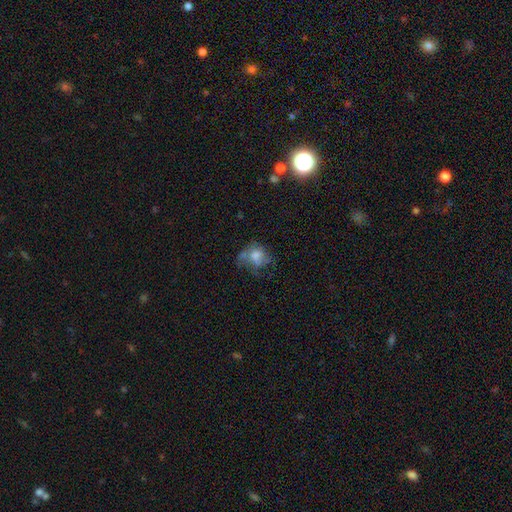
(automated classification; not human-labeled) Q: Smooth or featured?
A: smooth (52%); runner-up: featured or disk (35%)
Q: How rounded?
A: round (55%); runner-up: in between (44%)
Q: Merging?
A: none (39%); runner-up: major disturbance (30%)